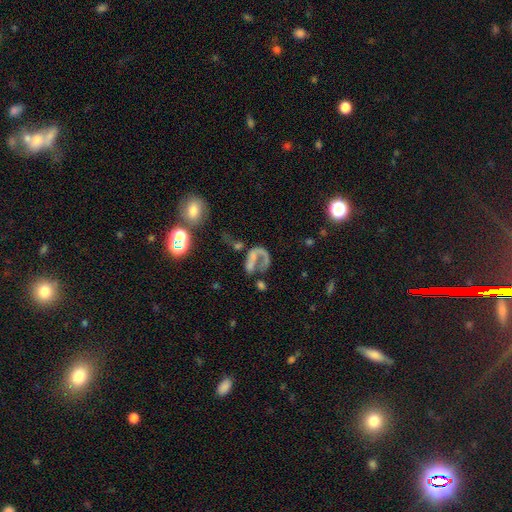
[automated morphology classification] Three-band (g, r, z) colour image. It shows a featured or disk galaxy (52%) with no bar (82%), no spiral arms (68%) and no central bulge (72%). Merging: major disturbance (48%).